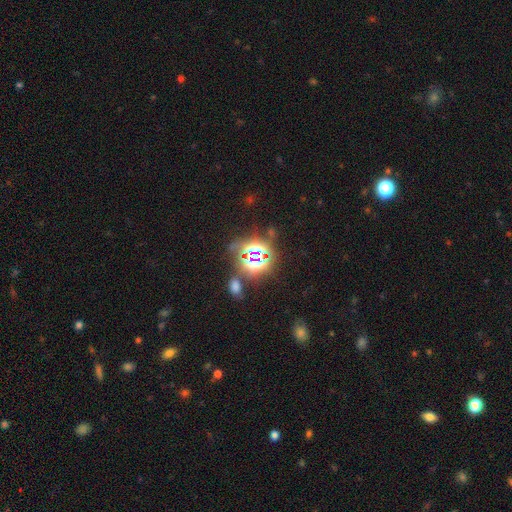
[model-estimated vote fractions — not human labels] This appears to be a star or artifact, not a galaxy (74%).